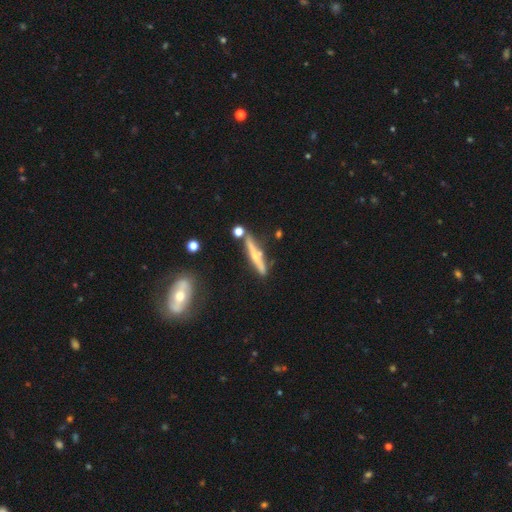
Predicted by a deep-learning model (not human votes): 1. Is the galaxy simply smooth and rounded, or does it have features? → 57% featured or disk, 35% smooth, 8% star or artifact.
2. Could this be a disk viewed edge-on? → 93% yes, 7% no.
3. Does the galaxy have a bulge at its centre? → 65% rounded, 27% none, 8% boxy.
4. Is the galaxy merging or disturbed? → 72% none, 15% minor disturbance, 9% merger, 4% major disturbance.